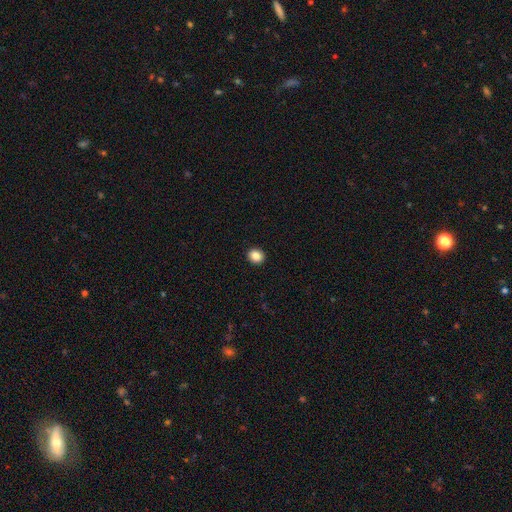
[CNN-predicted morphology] Smooth or featured? Predicted: smooth (p=0.86). How rounded? Predicted: round (p=0.79). Merging? Predicted: none (p=0.93).